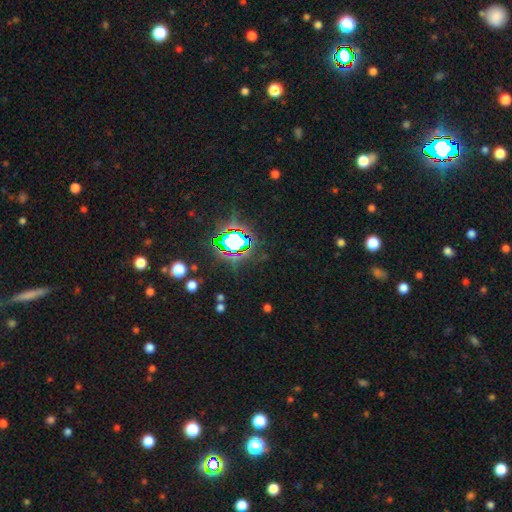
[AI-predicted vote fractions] This appears to be a star or artifact, not a galaxy (83%).